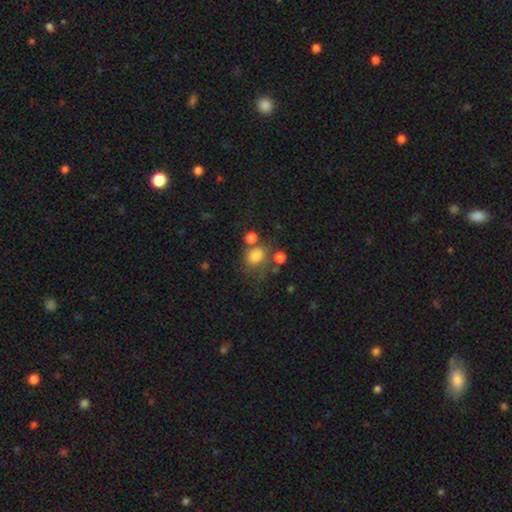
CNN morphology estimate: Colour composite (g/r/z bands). It shows a smooth galaxy with no disk features (76%) that is round (50%). Merging: none (47%).